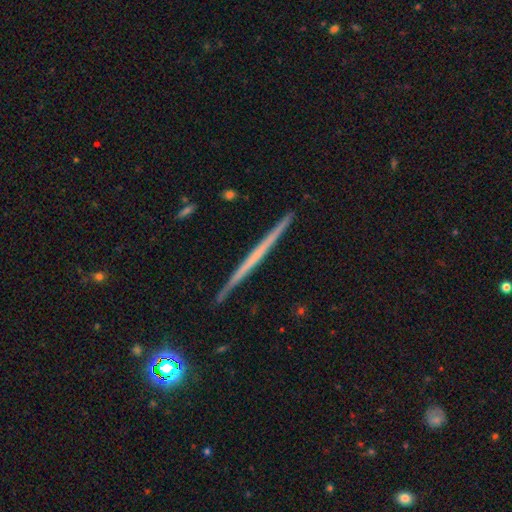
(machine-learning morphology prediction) A featured or disk galaxy (64%) viewed edge-on (98%) with no central bulge (89%). Merging: none (93%).